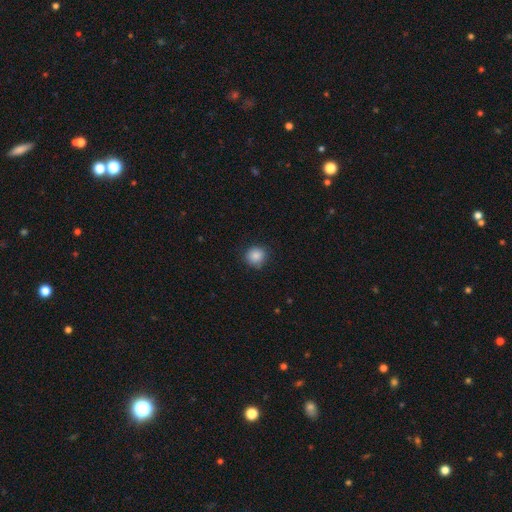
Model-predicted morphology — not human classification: smooth-or-featured: smooth: 87% | star or artifact: 10% | featured or disk: 4%
  how-rounded: round: 91% | in between: 8% | cigar-shaped: 1%
  merging: none: 87% | minor disturbance: 10% | major disturbance: 2% | merger: 1%